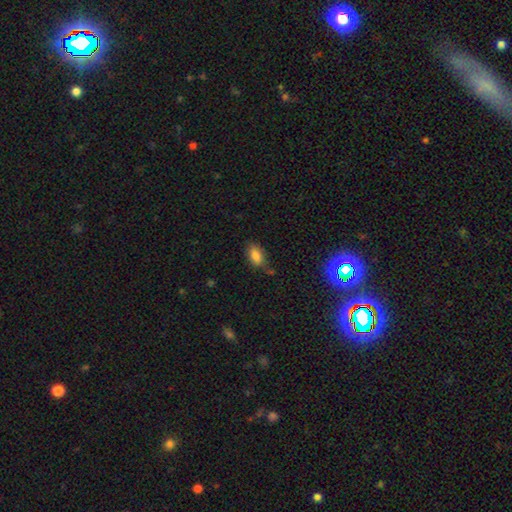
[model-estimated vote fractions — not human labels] This appears to be a smooth galaxy with no disk features (82%) that is in between round and cigar-shaped (89%). Merging: none (67%).